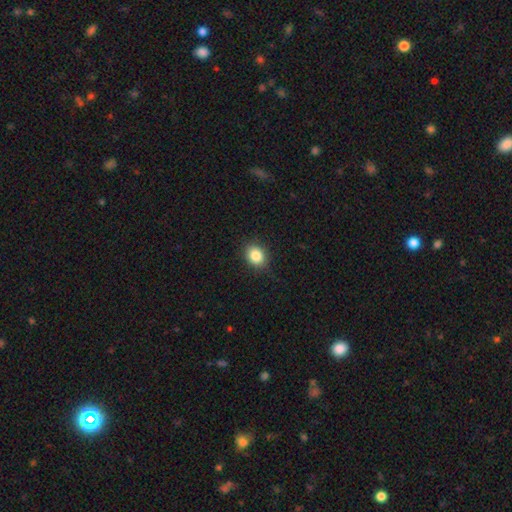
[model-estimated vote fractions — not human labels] smooth 85%, star or artifact 10%, featured or disk 5%. Down the decision tree: how rounded — round (55%); merging — none (84%).